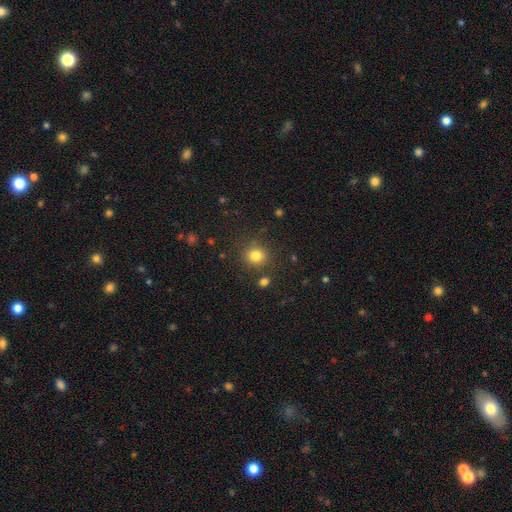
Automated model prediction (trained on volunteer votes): Q: Smooth or featured?
A: smooth (81%); runner-up: star or artifact (13%)
Q: How rounded?
A: round (86%); runner-up: in between (13%)
Q: Merging?
A: none (82%); runner-up: minor disturbance (9%)